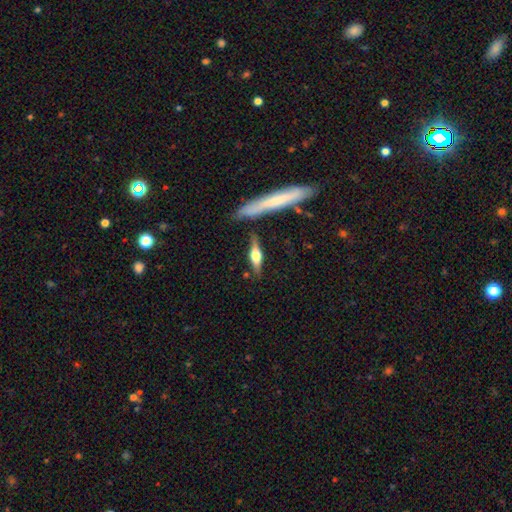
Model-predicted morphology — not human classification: smooth_or_featured: featured or disk (p=0.55) [alt: smooth p=0.39]
disk_edge_on: yes (p=0.94) [alt: no p=0.06]
edge_on_bulge: rounded (p=0.91) [alt: boxy p=0.06]
merging: none (p=0.76) [alt: minor disturbance p=0.13]